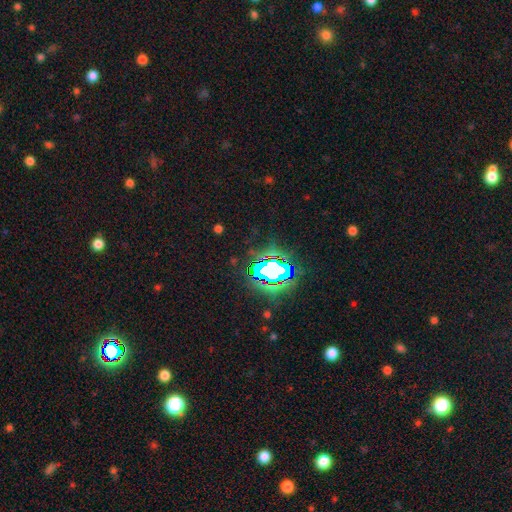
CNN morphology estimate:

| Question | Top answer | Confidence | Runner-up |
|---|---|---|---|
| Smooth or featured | star or artifact | 82% | smooth (11%) |